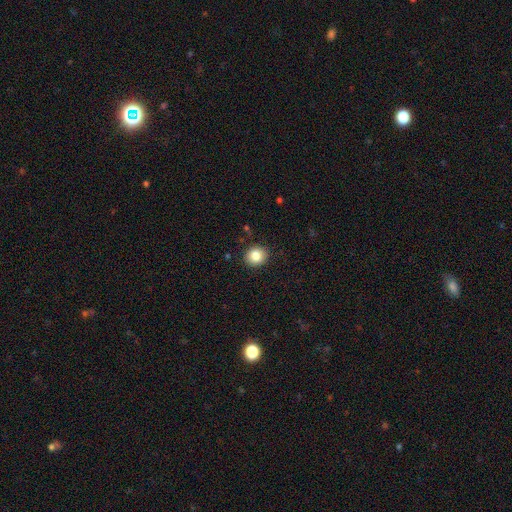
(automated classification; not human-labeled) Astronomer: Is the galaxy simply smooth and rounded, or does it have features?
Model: smooth — 83%.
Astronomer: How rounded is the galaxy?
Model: round — 82%.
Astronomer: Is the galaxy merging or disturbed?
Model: none — 90%.